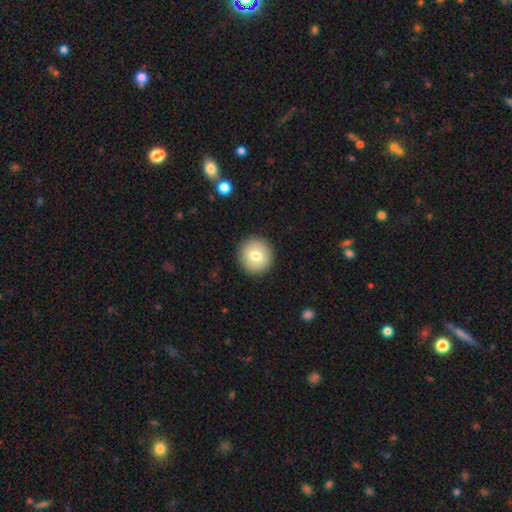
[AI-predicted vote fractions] smooth 74%, featured or disk 18%, star or artifact 8%. Down the decision tree: how rounded — round (90%); merging — none (91%).